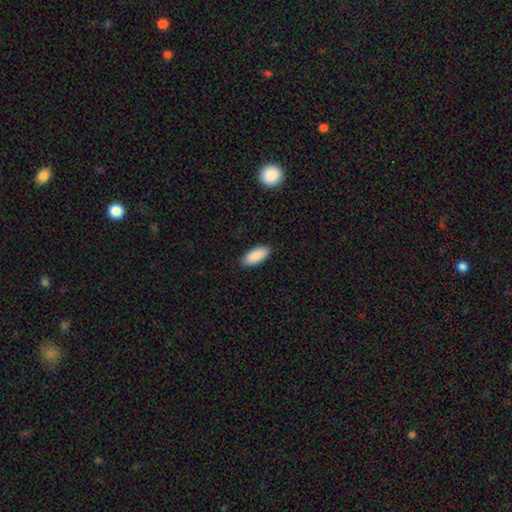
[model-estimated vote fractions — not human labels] smooth-or-featured: smooth: 90% | star or artifact: 6% | featured or disk: 4%
  how-rounded: in between: 88% | cigar-shaped: 10% | round: 2%
  merging: none: 89% | minor disturbance: 8% | major disturbance: 2% | merger: 1%